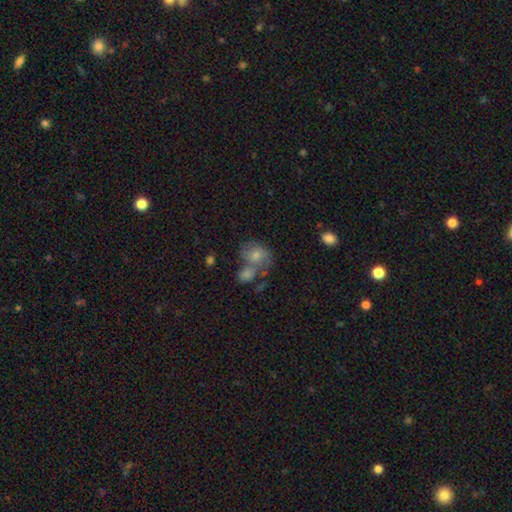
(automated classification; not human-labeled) Smooth or featured? Predicted: smooth (p=0.46). Merging? Predicted: none (p=0.38).